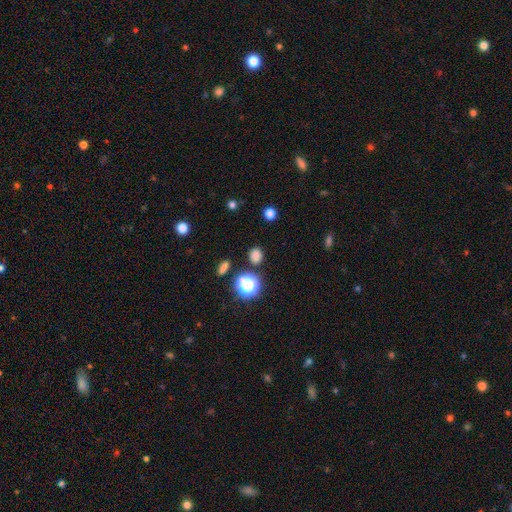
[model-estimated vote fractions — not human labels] Q: Smooth or featured?
A: smooth (75%); runner-up: star or artifact (21%)
Q: How rounded?
A: round (65%); runner-up: in between (34%)
Q: Merging?
A: none (84%); runner-up: minor disturbance (9%)